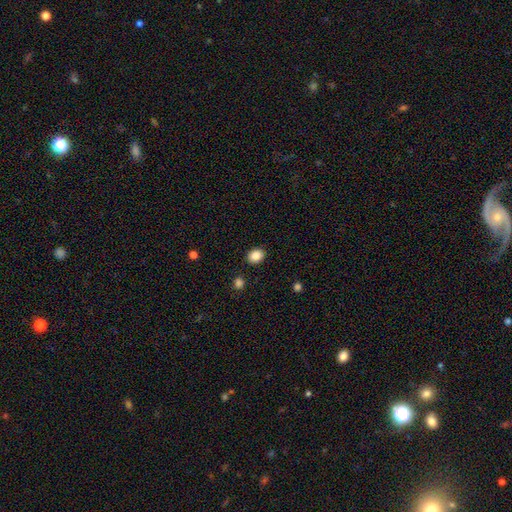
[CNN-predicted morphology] The model was most divided on "how rounded": in between: 51%, round: 48%, cigar-shaped: 1%. More confident: merging — none (88%); smooth or featured — smooth (87%).